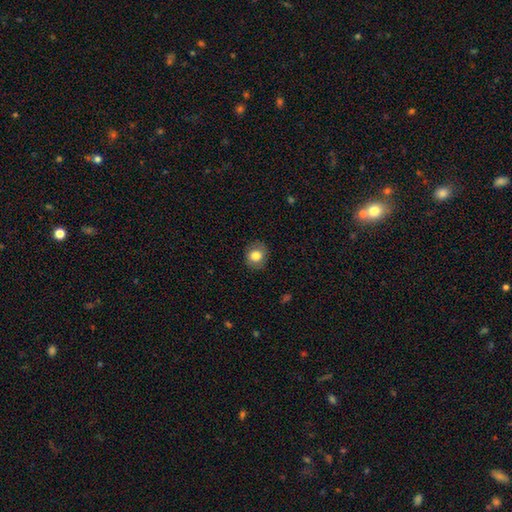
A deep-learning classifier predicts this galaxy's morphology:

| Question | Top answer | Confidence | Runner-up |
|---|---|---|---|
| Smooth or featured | smooth | 82% | star or artifact (9%) |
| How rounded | round | 75% | in between (24%) |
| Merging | none | 86% | minor disturbance (10%) |